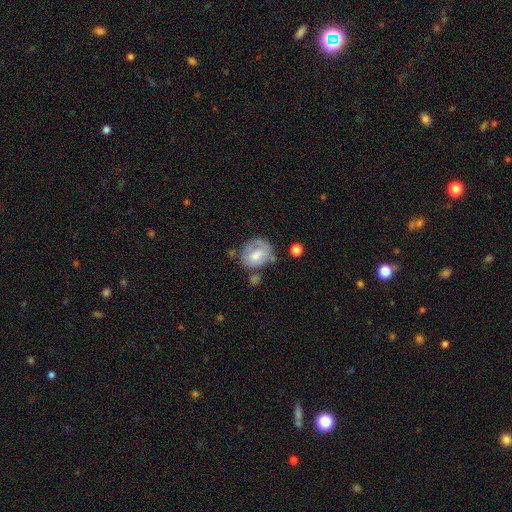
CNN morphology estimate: This appears to be a smooth galaxy with no disk features (56%) that is round (58%). Merging: none (45%).